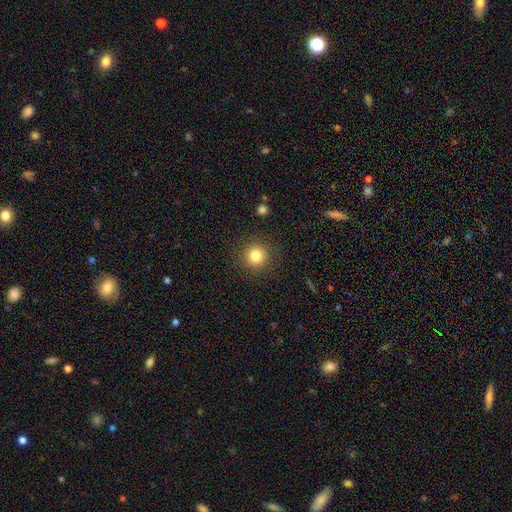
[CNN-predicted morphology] A smooth galaxy with no disk features (82%) that is round (95%). Merging: none (90%).